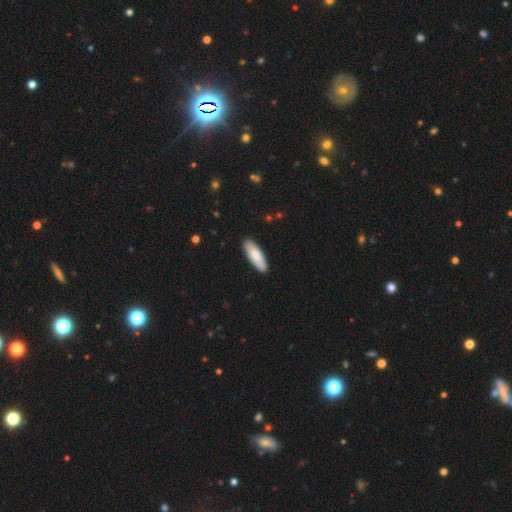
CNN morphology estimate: This is clearly a smooth galaxy (82%). How rounded: possibly in between (56%). Merging: clearly none (89%).